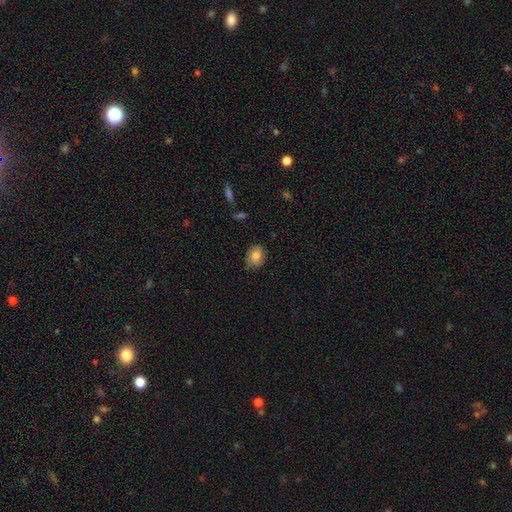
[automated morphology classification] Overall: smooth (81%). How rounded: in between (53%; round 46%). Merging: none (74%).